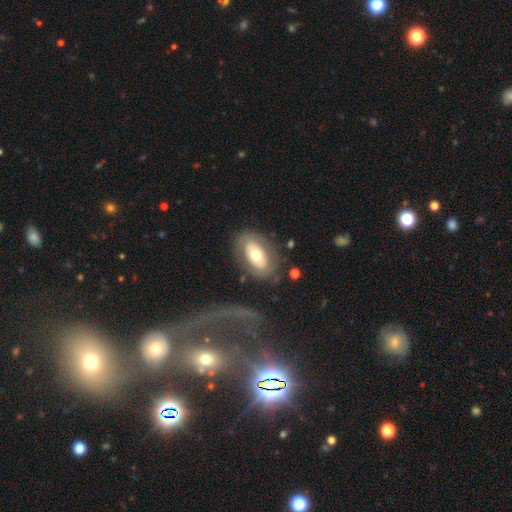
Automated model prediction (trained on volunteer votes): Smooth or featured?
  - featured or disk: 47% *
  - smooth: 45%
  - star or artifact: 8%
Merging?
  - none: 71% *
  - minor disturbance: 16%
  - major disturbance: 8%
  - merger: 5%